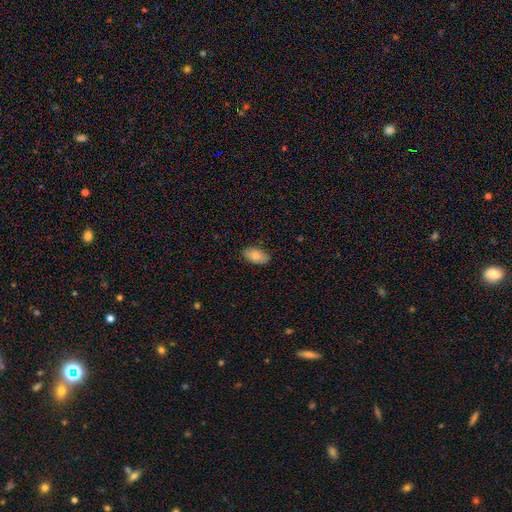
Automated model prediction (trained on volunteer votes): This is clearly a smooth galaxy (83%). How rounded: clearly in between (94%). Merging: clearly none (86%).